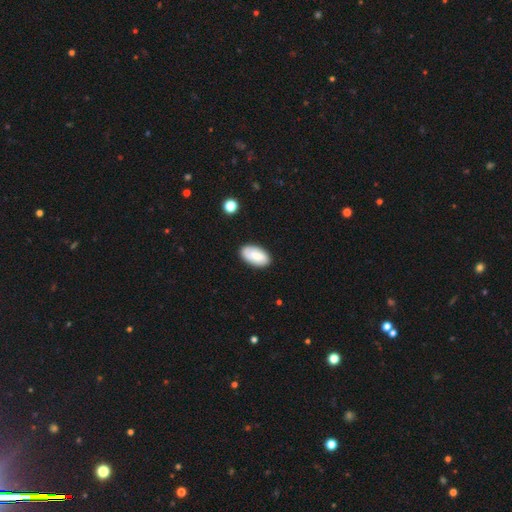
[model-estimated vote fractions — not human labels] Smooth or featured? smooth (72%)
How rounded? in between (95%)
Merging? none (82%)